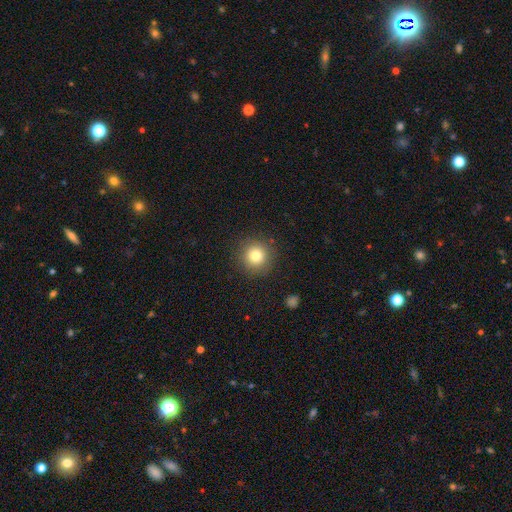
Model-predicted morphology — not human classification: This appears to be a smooth galaxy with no disk features (80%) that is round (94%). Merging: none (89%).